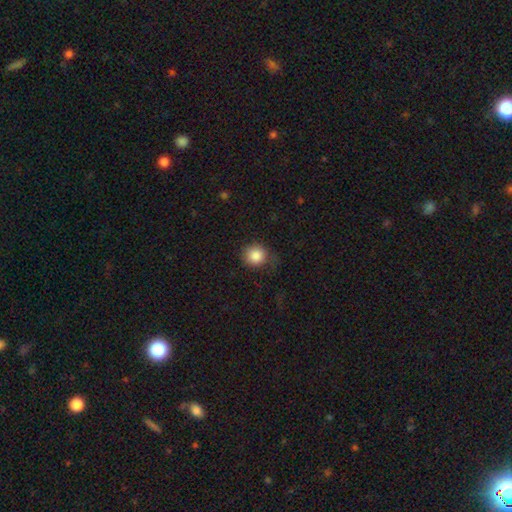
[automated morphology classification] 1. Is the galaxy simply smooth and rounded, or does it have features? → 85% smooth, 10% star or artifact, 5% featured or disk.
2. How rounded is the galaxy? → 87% round, 12% in between, 1% cigar-shaped.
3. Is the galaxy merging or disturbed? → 71% none, 19% minor disturbance, 8% major disturbance, 1% merger.